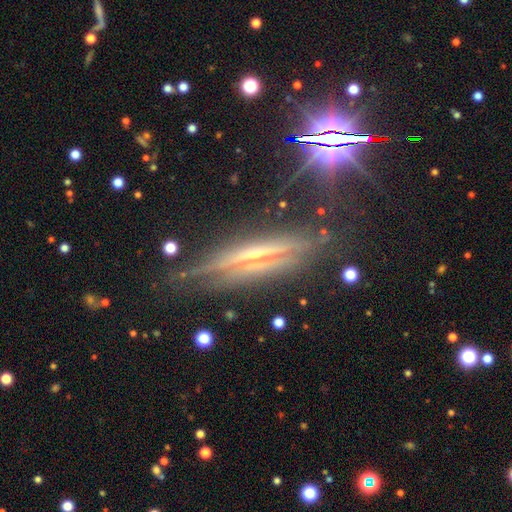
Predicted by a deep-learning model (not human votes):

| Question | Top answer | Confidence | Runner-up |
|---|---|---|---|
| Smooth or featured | featured or disk | 73% | star or artifact (15%) |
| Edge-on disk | yes | 90% | no (10%) |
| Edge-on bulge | rounded | 48% | none (39%) |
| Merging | none | 72% | minor disturbance (18%) |